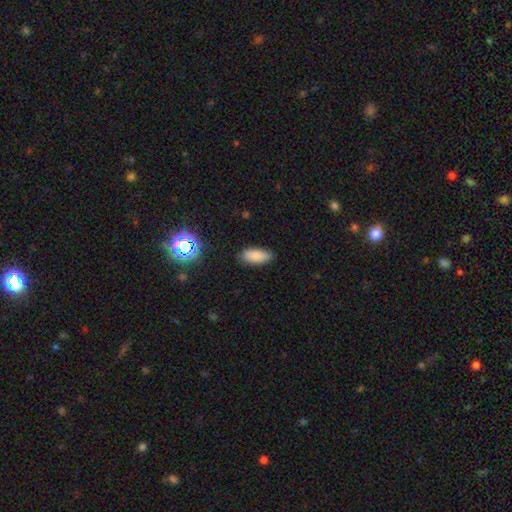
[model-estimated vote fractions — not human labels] smooth_or_featured: smooth (p=0.83) [alt: star or artifact p=0.10]
how_rounded: in between (p=0.85) [alt: cigar-shaped p=0.12]
merging: none (p=0.85) [alt: minor disturbance p=0.11]